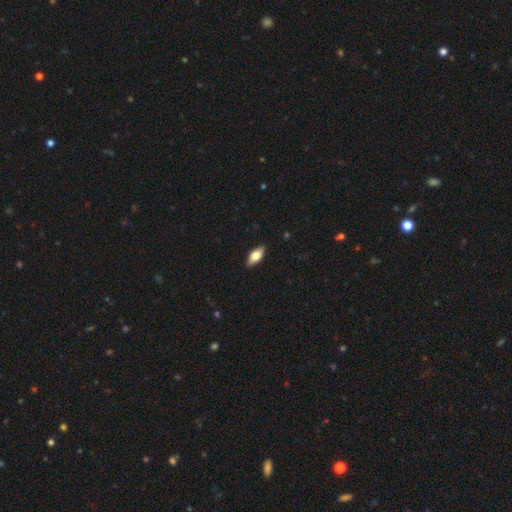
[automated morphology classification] The model was most divided on "smooth or featured": smooth: 64%, featured or disk: 30%, star or artifact: 6%. More confident: merging — none (89%); how rounded — in between (81%).